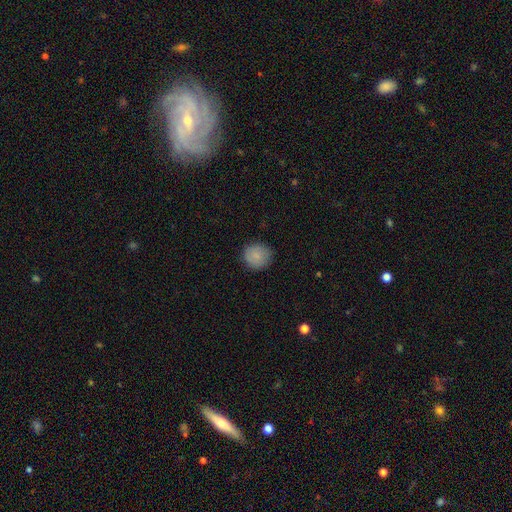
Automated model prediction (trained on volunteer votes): smooth_or_featured: smooth (p=0.85) [alt: featured or disk p=0.08]
how_rounded: round (p=0.89) [alt: in between p=0.10]
merging: none (p=0.86) [alt: minor disturbance p=0.11]